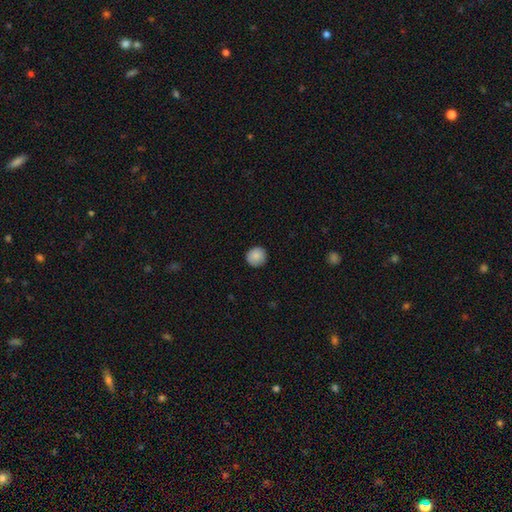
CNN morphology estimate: smooth-or-featured: smooth: 86% | star or artifact: 8% | featured or disk: 6%
  how-rounded: round: 93% | in between: 6% | cigar-shaped: 1%
  merging: none: 90% | minor disturbance: 8% | major disturbance: 2% | merger: 1%